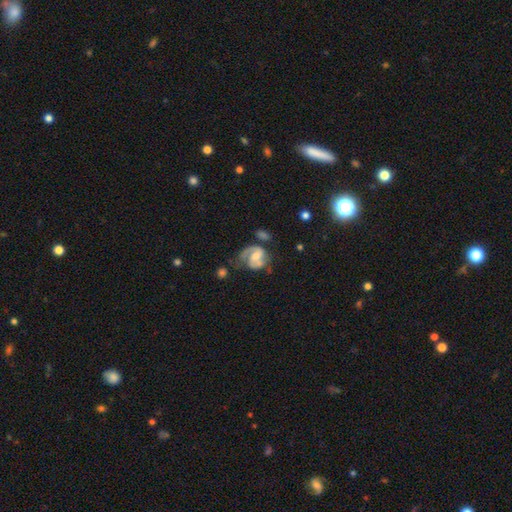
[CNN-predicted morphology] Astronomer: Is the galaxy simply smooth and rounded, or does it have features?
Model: featured or disk — 70%.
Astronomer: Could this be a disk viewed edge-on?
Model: no — 98%.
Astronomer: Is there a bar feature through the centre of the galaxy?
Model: no — 46% (runner-up: weak, 41%).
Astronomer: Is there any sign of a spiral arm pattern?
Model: yes — 86%.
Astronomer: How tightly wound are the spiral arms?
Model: medium — 45% (runner-up: tight, 34%).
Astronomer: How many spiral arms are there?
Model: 2 — 63%.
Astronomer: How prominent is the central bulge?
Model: moderate — 45% (runner-up: small, 33%).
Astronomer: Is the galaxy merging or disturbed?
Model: none — 38% (runner-up: major disturbance, 26%).